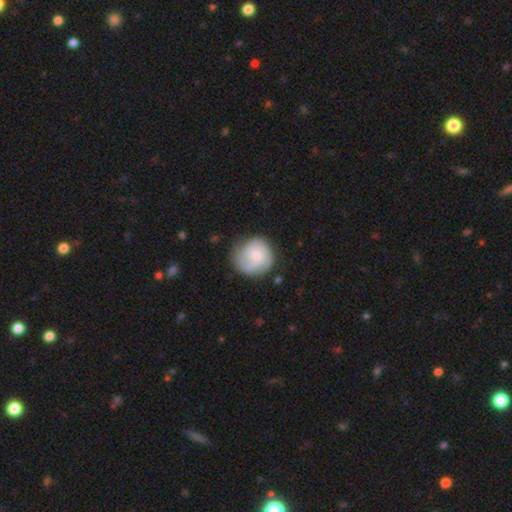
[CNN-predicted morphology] type=featured or disk (47%, tied with smooth); merging=none (69%).